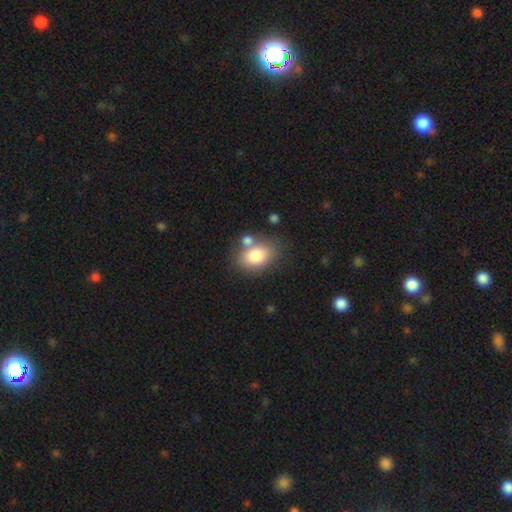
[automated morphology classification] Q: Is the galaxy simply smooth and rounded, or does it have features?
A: smooth — 80%.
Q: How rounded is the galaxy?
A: in between — 76%.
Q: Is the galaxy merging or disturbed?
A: none — 59%.